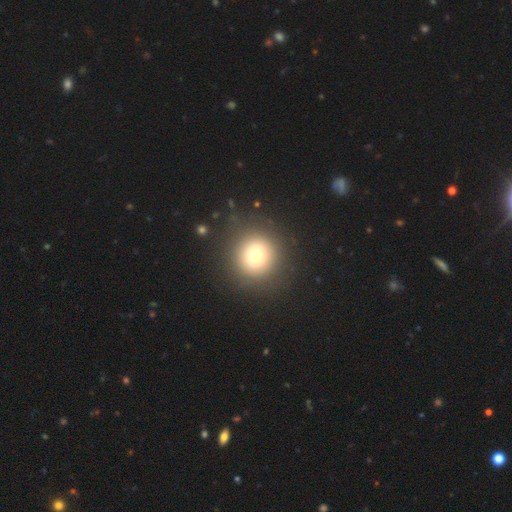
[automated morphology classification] The model was most divided on "smooth or featured": smooth: 70%, featured or disk: 15%, star or artifact: 15%. More confident: how rounded — round (95%); merging — none (87%).